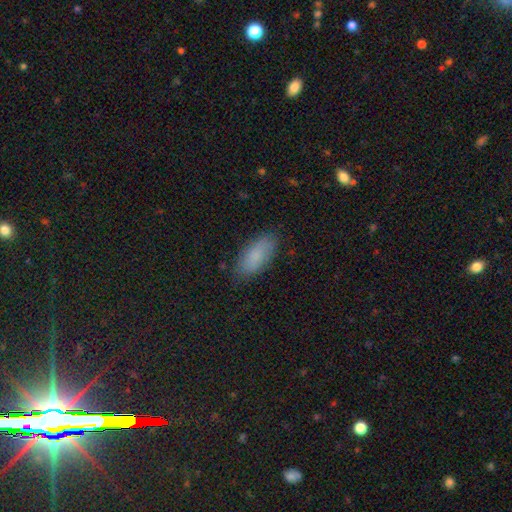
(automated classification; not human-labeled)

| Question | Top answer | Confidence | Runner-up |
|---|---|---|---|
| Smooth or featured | smooth | 84% | featured or disk (9%) |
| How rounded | in between | 83% | cigar-shaped (15%) |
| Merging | none | 83% | minor disturbance (13%) |